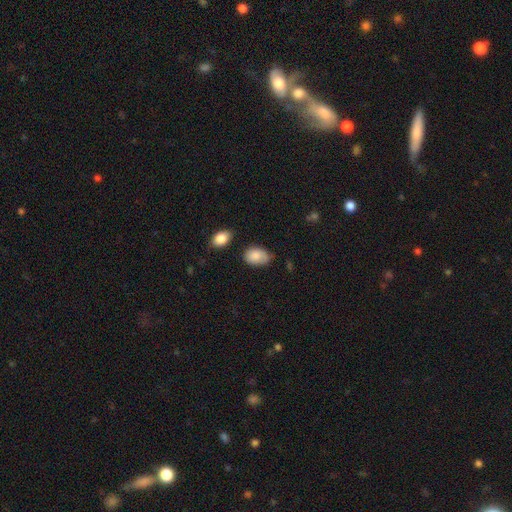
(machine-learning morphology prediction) Overall: smooth (84%). How rounded: in between (84%). Merging: none (58%; minor disturbance 32%).